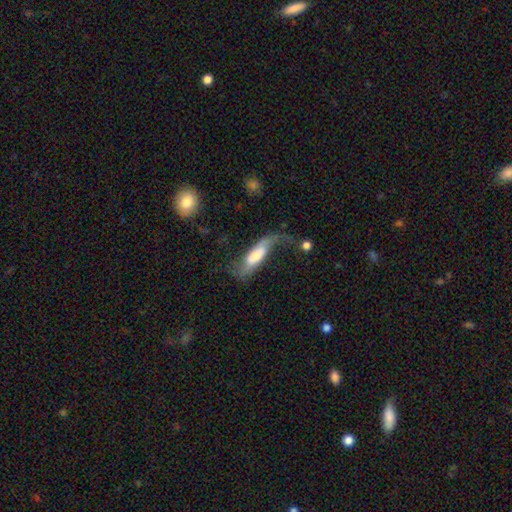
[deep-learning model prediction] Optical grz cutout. It shows a featured or disk galaxy (53%). Merging: major disturbance (38%).